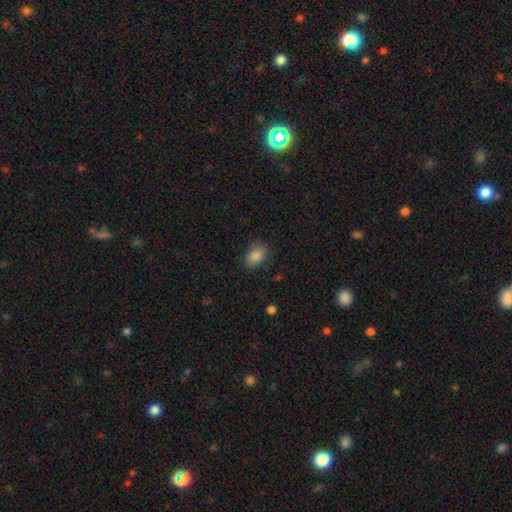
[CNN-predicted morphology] This is clearly a smooth galaxy (87%). How rounded: likely in between (78%). Merging: clearly none (82%).